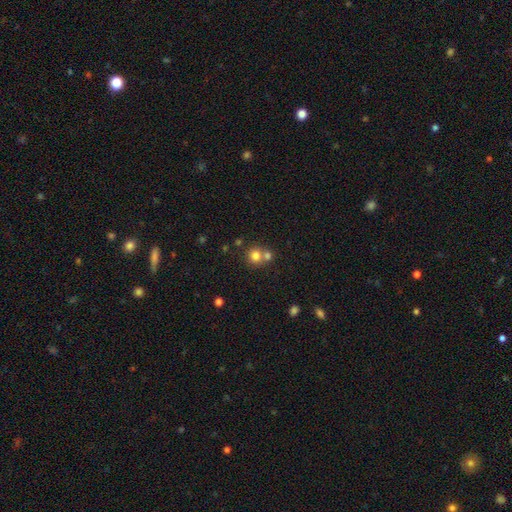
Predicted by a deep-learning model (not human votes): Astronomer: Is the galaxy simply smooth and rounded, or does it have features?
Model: smooth — 77%.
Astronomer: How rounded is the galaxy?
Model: round — 88%.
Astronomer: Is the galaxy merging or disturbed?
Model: none — 50% (runner-up: merger, 42%).